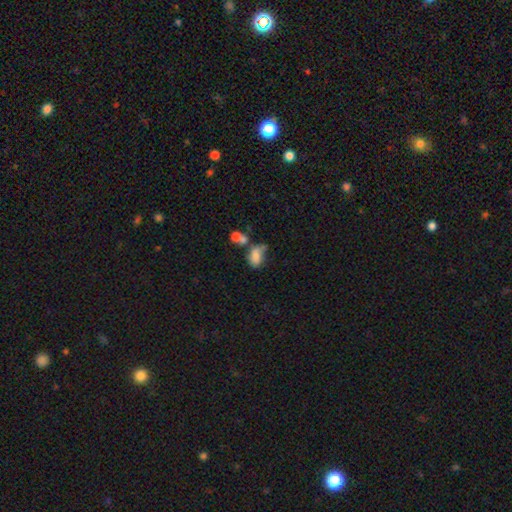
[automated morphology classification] Smooth or featured? Predicted: smooth (p=0.69). How rounded? Predicted: in between (p=0.84). Merging? Predicted: merger (p=0.34).